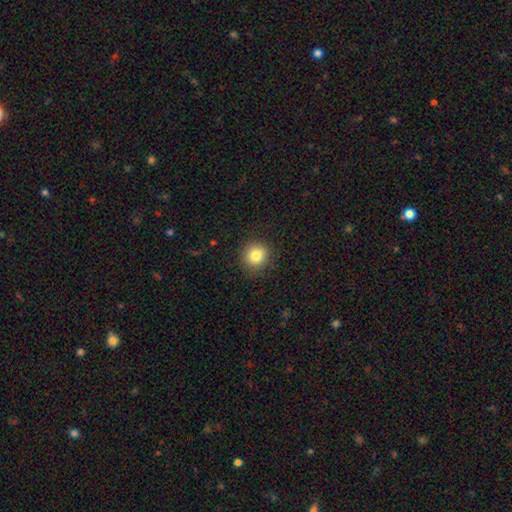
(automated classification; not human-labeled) Smooth or featured: smooth — 82% (star or artifact — 11%)
How rounded: round — 90% (in between — 9%)
Merging: none — 89% (minor disturbance — 7%)